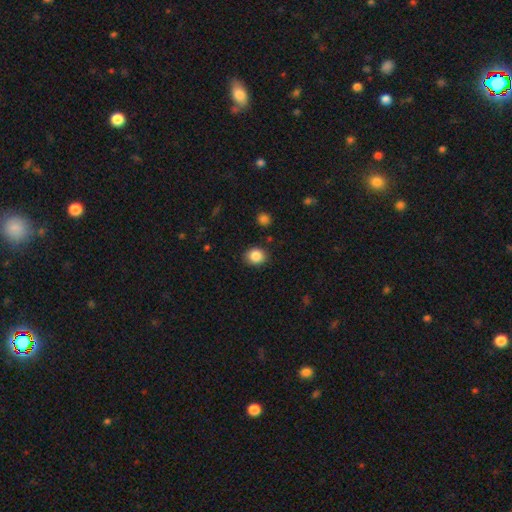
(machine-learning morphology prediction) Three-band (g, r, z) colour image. It shows a smooth galaxy with no disk features (86%) that is round (65%). Merging: none (87%).